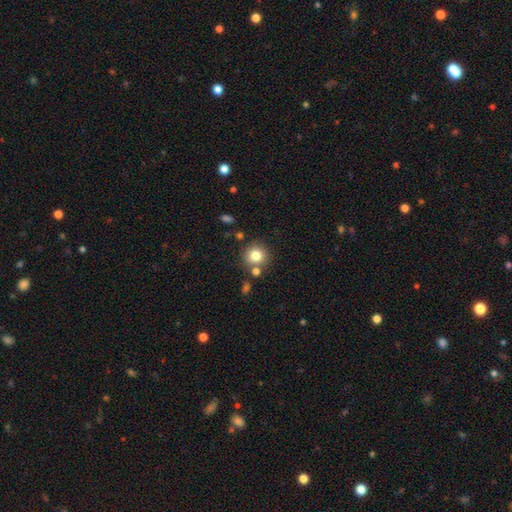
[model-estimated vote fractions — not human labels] Q: Smooth or featured?
A: smooth (80%); runner-up: star or artifact (11%)
Q: How rounded?
A: round (90%); runner-up: in between (9%)
Q: Merging?
A: none (74%); runner-up: merger (12%)